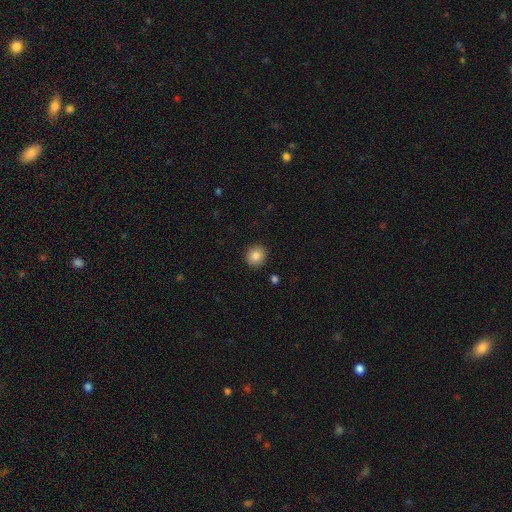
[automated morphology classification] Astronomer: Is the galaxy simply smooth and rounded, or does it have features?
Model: smooth — 84%.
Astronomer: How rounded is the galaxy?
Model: round — 88%.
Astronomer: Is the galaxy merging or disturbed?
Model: none — 91%.